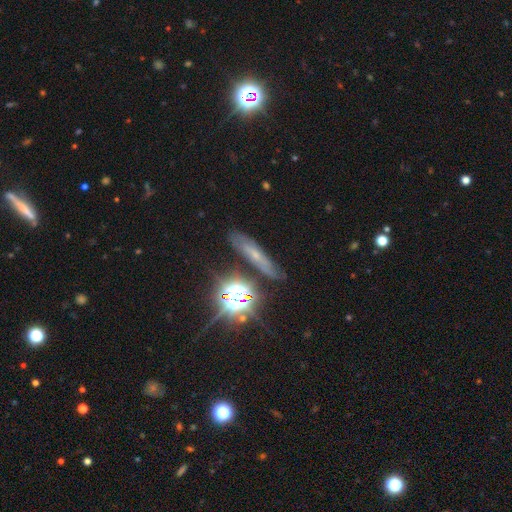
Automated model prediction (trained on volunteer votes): smooth-or-featured: star or artifact: 36% | featured or disk: 35% | smooth: 29%